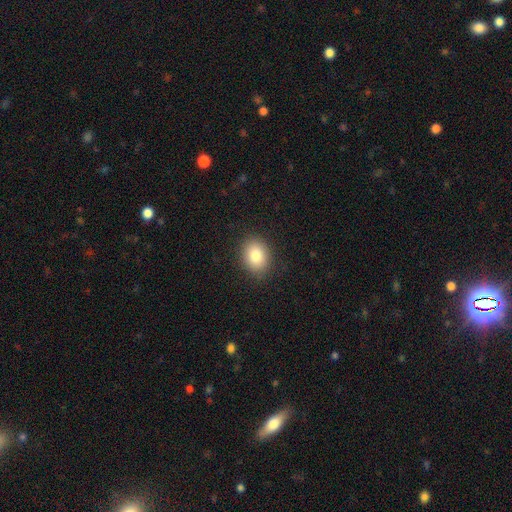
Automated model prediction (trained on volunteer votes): smooth-or-featured: smooth: 83% | star or artifact: 9% | featured or disk: 8%
  how-rounded: in between: 56% | round: 43% | cigar-shaped: 1%
  merging: none: 87% | minor disturbance: 9% | major disturbance: 3% | merger: 1%